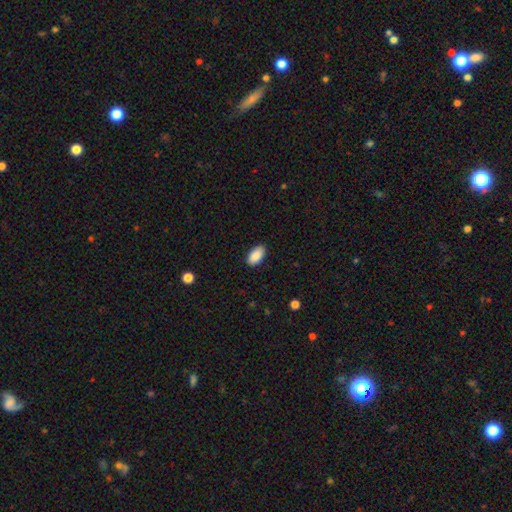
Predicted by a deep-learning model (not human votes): smooth 90%, star or artifact 7%, featured or disk 3%. Down the decision tree: how rounded — in between (95%); merging — none (88%).